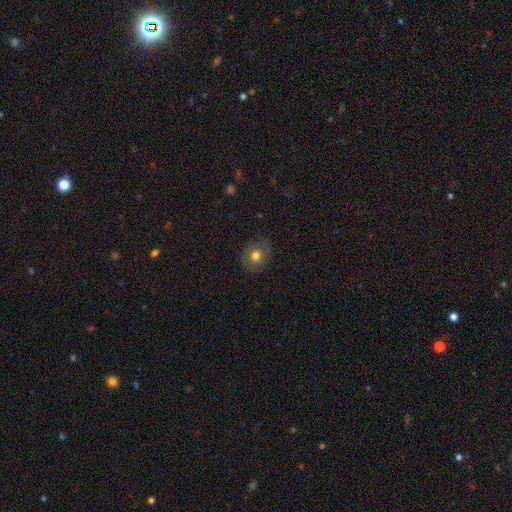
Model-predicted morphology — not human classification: smooth 72%, featured or disk 17%, star or artifact 10%. Down the decision tree: how rounded — round (69%); merging — none (84%).